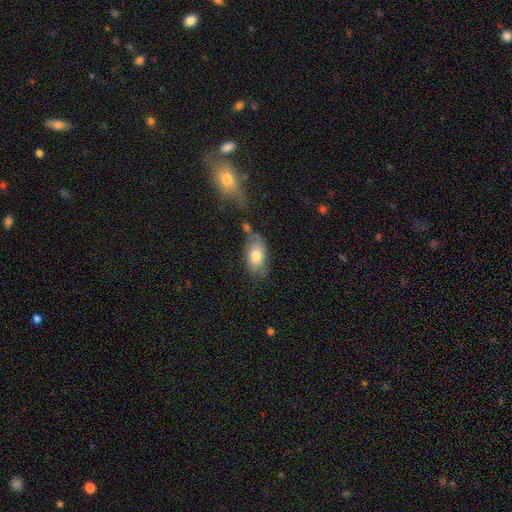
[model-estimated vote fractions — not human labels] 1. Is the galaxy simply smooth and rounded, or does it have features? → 73% smooth, 20% featured or disk, 7% star or artifact.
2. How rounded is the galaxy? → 91% in between, 6% round, 3% cigar-shaped.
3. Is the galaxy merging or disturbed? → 56% none, 24% minor disturbance, 12% merger, 8% major disturbance.